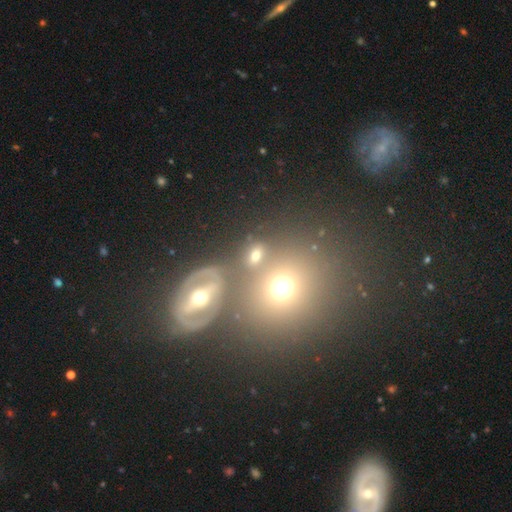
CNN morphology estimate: A smooth galaxy with no disk features (61%) that is round (49%). Merging: none (59%).